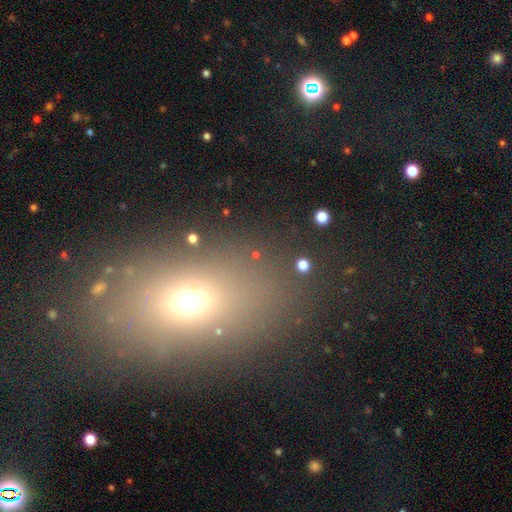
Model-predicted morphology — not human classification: type=star or artifact (42%).